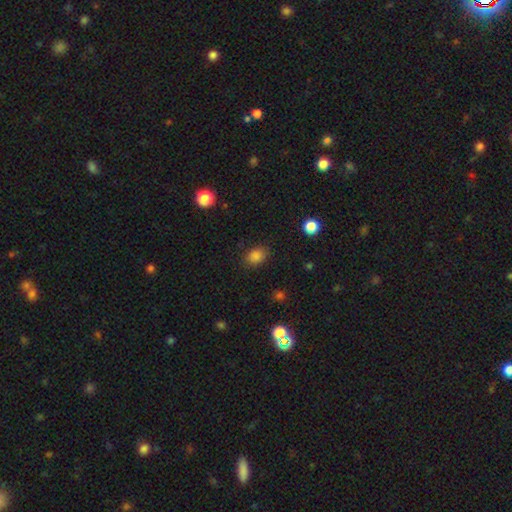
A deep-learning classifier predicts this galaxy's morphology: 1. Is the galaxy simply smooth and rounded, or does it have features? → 84% smooth, 12% star or artifact, 4% featured or disk.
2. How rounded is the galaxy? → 68% in between, 31% round, 1% cigar-shaped.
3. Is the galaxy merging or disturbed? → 84% none, 12% minor disturbance, 3% major disturbance, 1% merger.